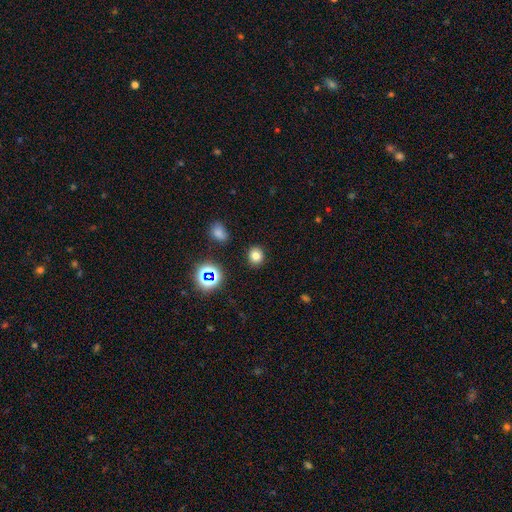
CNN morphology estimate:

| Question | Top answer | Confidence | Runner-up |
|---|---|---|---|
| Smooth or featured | smooth | 75% | star or artifact (18%) |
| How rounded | round | 79% | in between (20%) |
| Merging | none | 89% | minor disturbance (7%) |